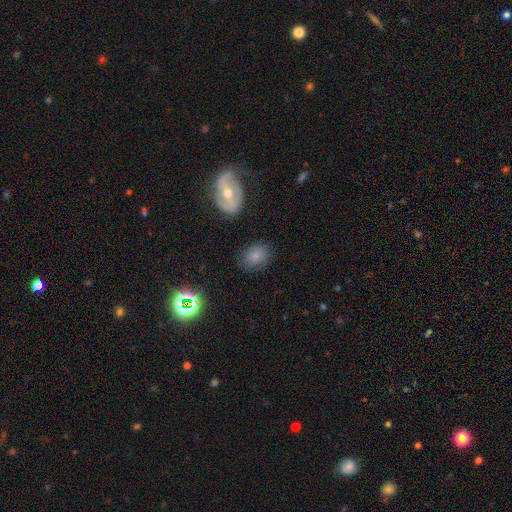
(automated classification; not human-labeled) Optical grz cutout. It shows a smooth galaxy with no disk features (76%) that is round (52%). Merging: none (79%).